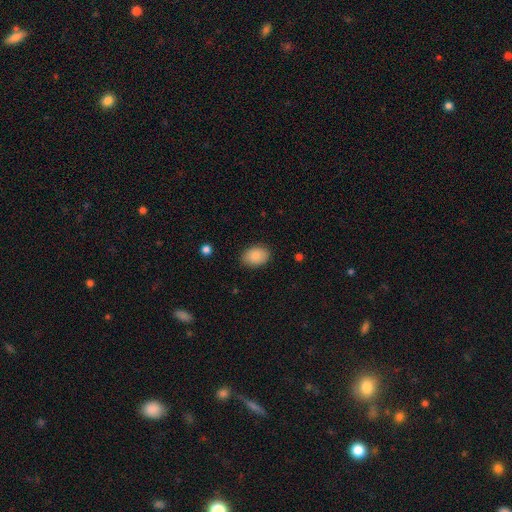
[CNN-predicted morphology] A smooth galaxy with no disk features (87%) that is in between round and cigar-shaped (82%).

Vote fractions:
- Smooth or featured? smooth: 87% / star or artifact: 7% / featured or disk: 6%
- How rounded? in between: 82% / round: 17% / cigar-shaped: 1%
- Merging? none: 86% / minor disturbance: 10% / major disturbance: 2% / merger: 1%